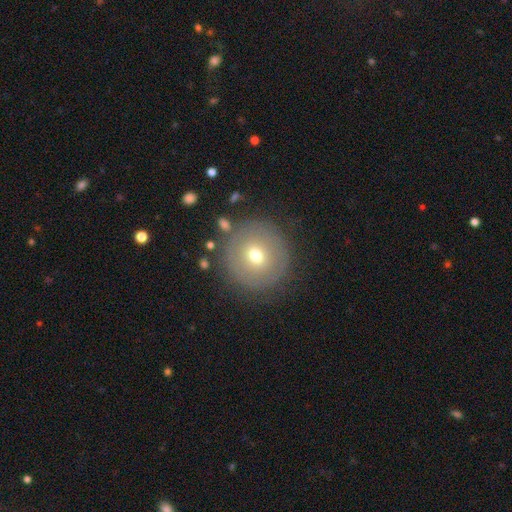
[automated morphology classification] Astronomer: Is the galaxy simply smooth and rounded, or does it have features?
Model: smooth — 62%.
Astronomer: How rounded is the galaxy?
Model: round — 95%.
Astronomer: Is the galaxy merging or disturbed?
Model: none — 83%.